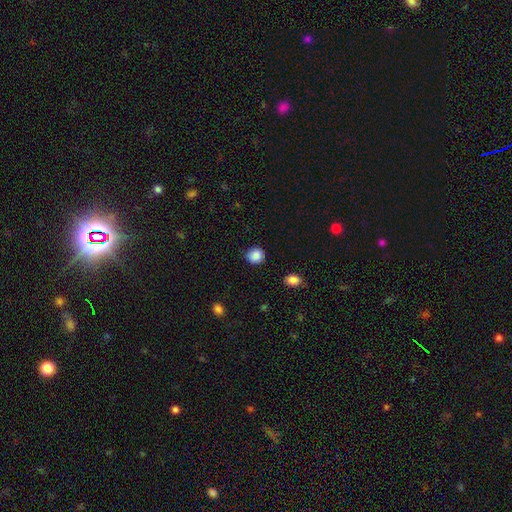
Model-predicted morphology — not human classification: Smooth or featured: smooth — 88% (star or artifact — 9%)
How rounded: round — 85% (in between — 14%)
Merging: none — 81% (minor disturbance — 14%)